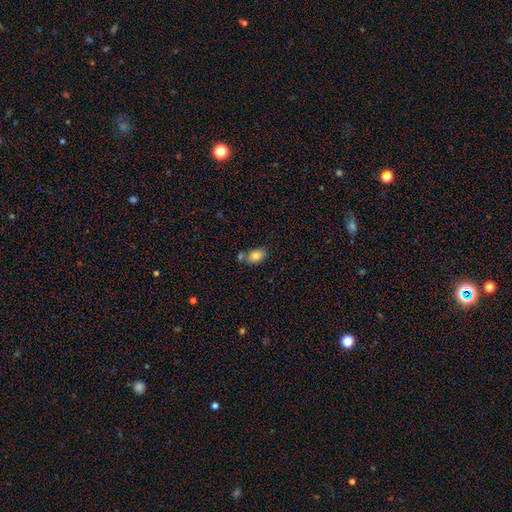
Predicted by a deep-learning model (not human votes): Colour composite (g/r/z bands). It shows a smooth galaxy with no disk features (82%) that is in between round and cigar-shaped (86%). Merging: none (59%).